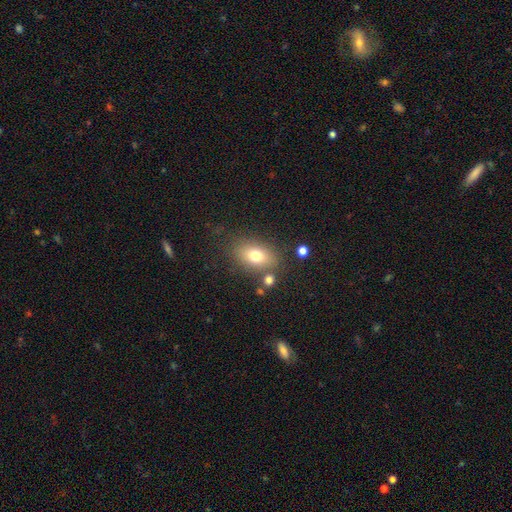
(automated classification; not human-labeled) Smooth or featured: smooth — 74% (featured or disk — 15%)
How rounded: in between — 81% (round — 16%)
Merging: none — 75% (minor disturbance — 13%)